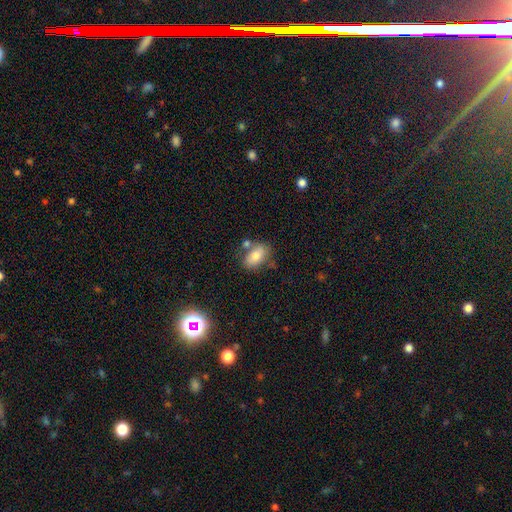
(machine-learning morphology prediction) The model was most divided on "merging": none: 65%, minor disturbance: 16%, merger: 14%, major disturbance: 5%. More confident: how rounded — in between (89%); smooth or featured — smooth (76%).